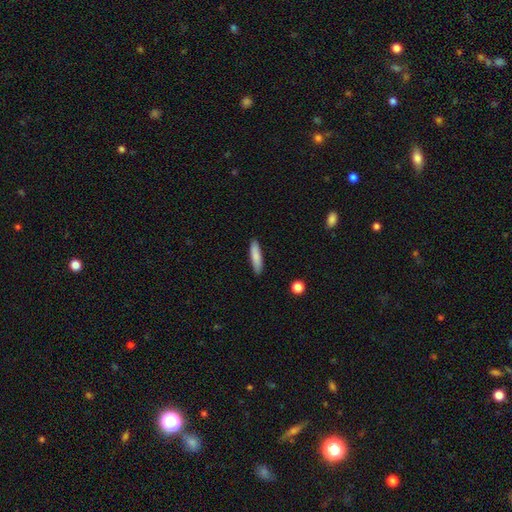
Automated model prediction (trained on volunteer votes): smooth-or-featured: smooth: 83% | featured or disk: 11% | star or artifact: 6%
  how-rounded: cigar-shaped: 80% | in between: 18% | round: 1%
  merging: none: 88% | minor disturbance: 9% | major disturbance: 2% | merger: 1%